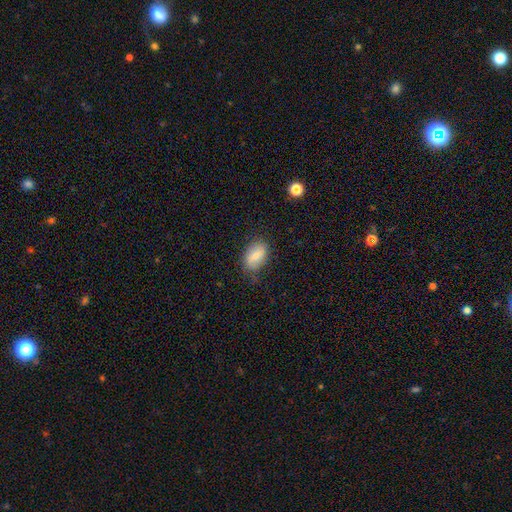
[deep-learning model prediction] Morphology: type=smooth (79%); roundness=in between (89%); merging=none (73%).